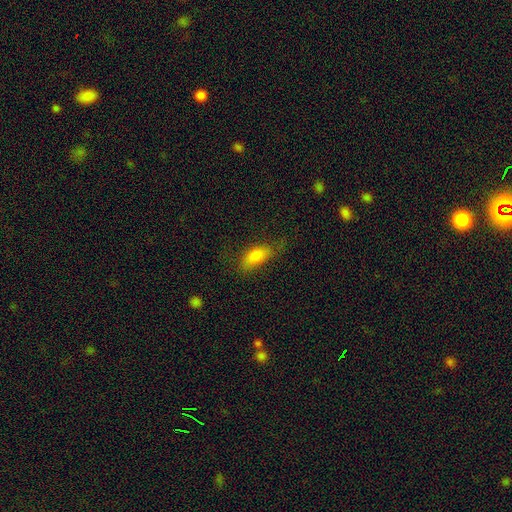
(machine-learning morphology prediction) smooth_or_featured: smooth (p=0.79) [alt: featured or disk p=0.13]
how_rounded: in between (p=0.83) [alt: cigar-shaped p=0.14]
merging: none (p=0.60) [alt: minor disturbance p=0.26]